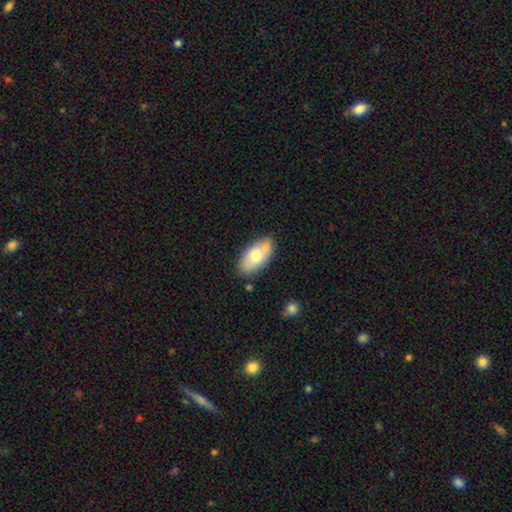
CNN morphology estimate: A smooth galaxy with no disk features (64%) that is in between round and cigar-shaped (93%). Merging: none (71%).